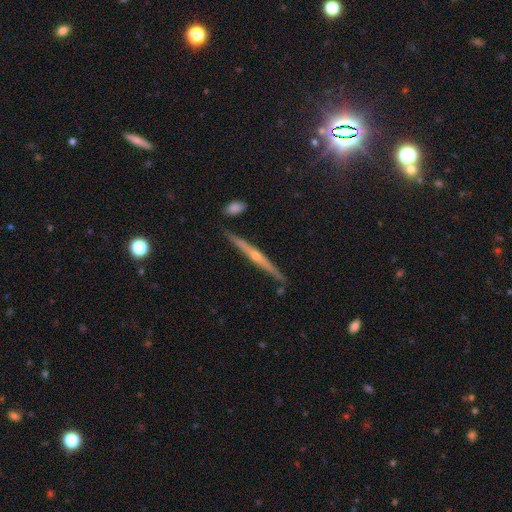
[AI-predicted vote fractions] A featured or disk galaxy (78%) viewed edge-on (98%) with a rounded central bulge (83%). Merging: none (89%).